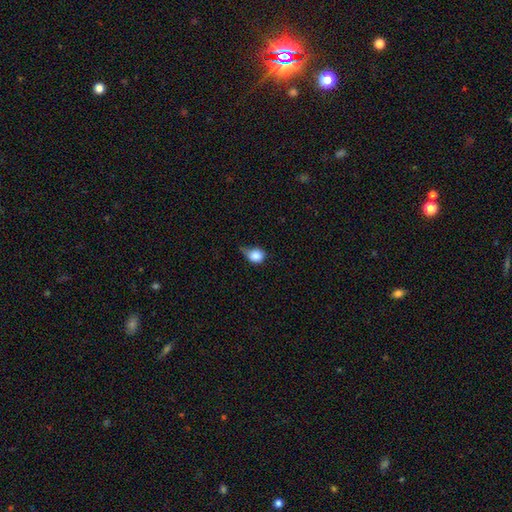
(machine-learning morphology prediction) This is clearly a smooth galaxy (84%). How rounded: likely round (69%). Merging: possibly minor disturbance (46%).